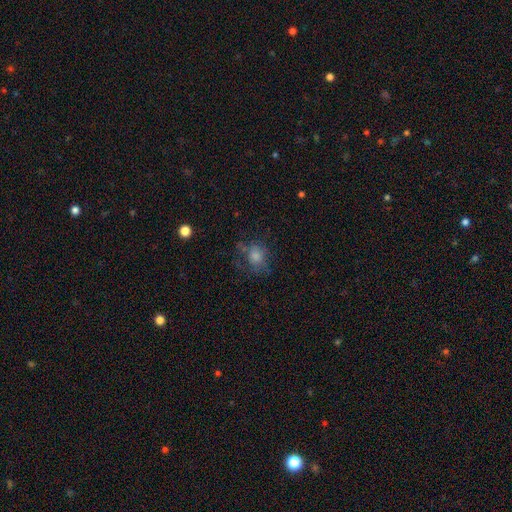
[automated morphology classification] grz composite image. It shows a smooth galaxy with no disk features (55%) that is round (69%). Merging: none (57%).